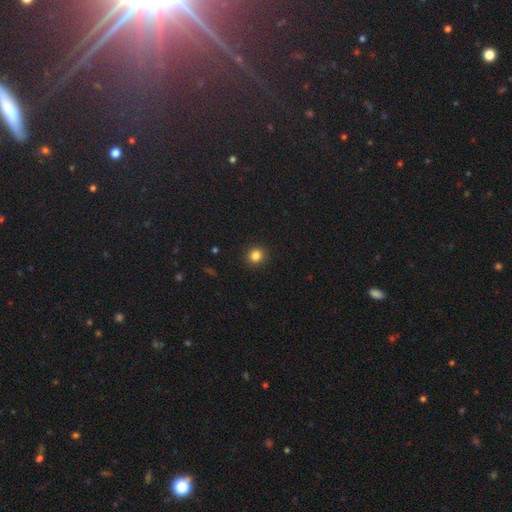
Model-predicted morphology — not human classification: The model was most divided on "smooth or featured": smooth: 83%, star or artifact: 12%, featured or disk: 5%. More confident: merging — none (92%); how rounded — round (89%).